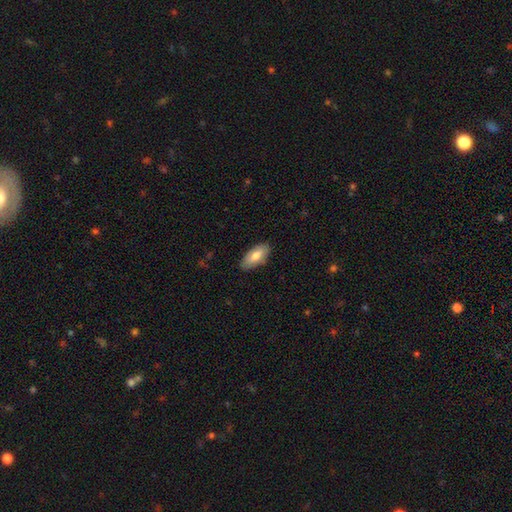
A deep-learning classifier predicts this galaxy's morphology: A smooth galaxy with no disk features (76%) that is in between round and cigar-shaped (89%). Merging: none (84%).